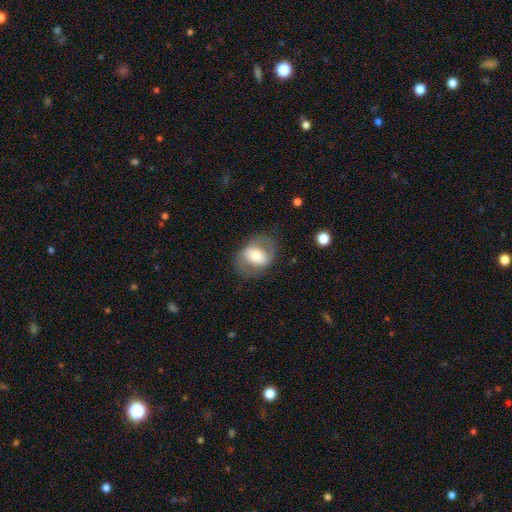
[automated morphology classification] Smooth or featured? smooth (48%)
Merging? none (72%)